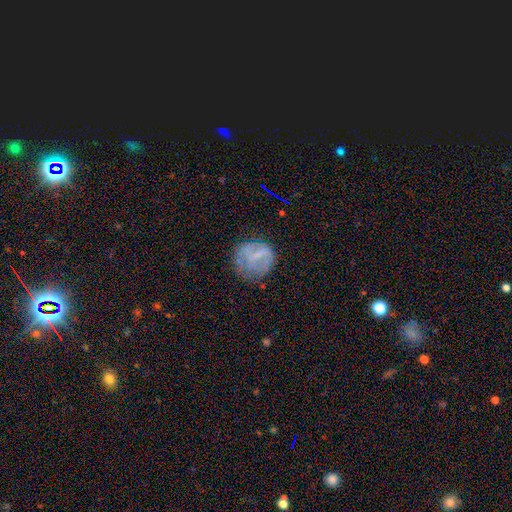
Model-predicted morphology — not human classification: Smooth or featured: featured or disk — 45% (smooth — 43%)
Merging: none — 53% (minor disturbance — 25%)